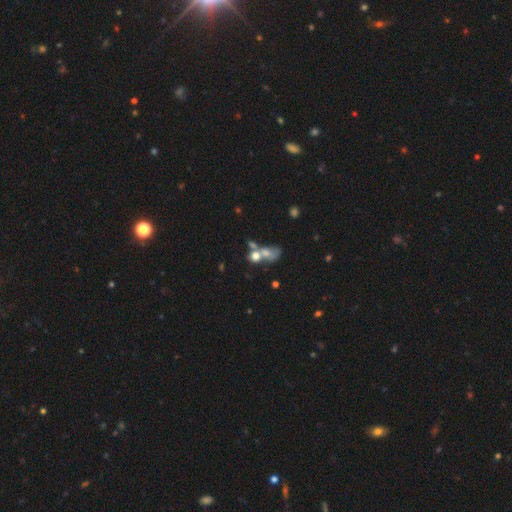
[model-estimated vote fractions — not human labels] Overall: smooth (61%; featured or disk 23%). How rounded: round (57%; in between 40%). Merging: merger (60%; none 21%).